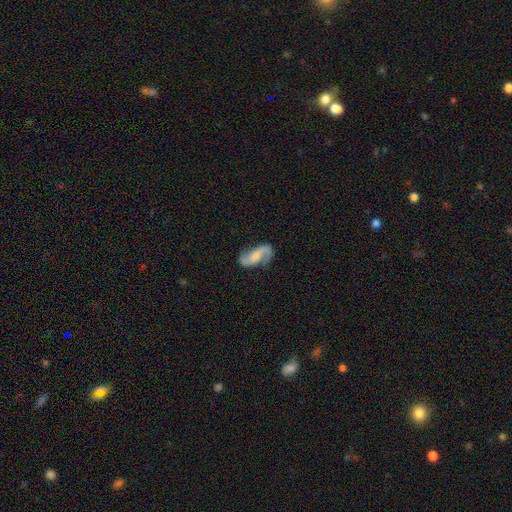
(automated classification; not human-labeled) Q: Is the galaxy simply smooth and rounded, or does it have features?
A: featured or disk — 78%.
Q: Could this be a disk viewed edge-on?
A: no — 96%.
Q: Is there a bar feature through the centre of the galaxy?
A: no — 42%.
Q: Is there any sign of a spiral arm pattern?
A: yes — 96%.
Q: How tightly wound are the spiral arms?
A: loose — 61%.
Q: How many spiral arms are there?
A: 2 — 92%.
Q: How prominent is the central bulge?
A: none — 40%.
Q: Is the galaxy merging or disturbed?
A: none — 76%.